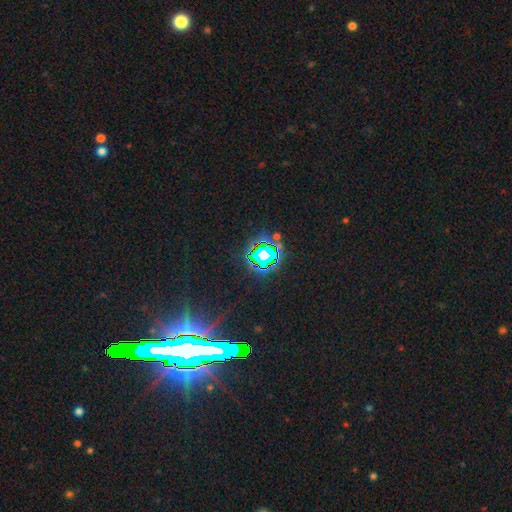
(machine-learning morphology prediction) star or artifact 79%, smooth 12%, featured or disk 9%.